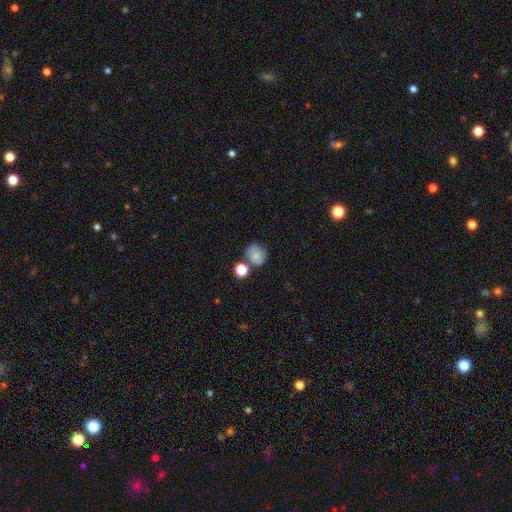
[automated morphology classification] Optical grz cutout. It shows a smooth galaxy with no disk features (71%) that is round (77%). Merging: none (56%).